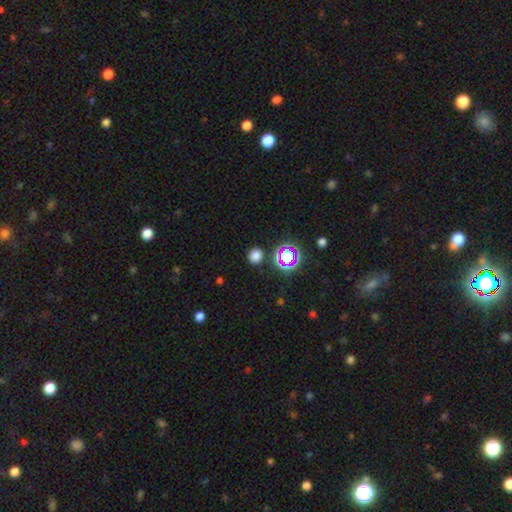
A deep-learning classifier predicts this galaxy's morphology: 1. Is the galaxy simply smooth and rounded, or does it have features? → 72% smooth, 22% star or artifact, 6% featured or disk.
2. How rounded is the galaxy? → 87% round, 12% in between, 1% cigar-shaped.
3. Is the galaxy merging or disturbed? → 86% none, 8% minor disturbance, 3% merger, 3% major disturbance.